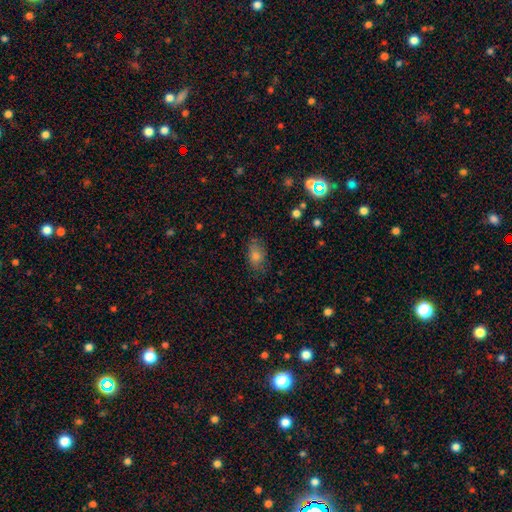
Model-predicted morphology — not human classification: This is likely a smooth galaxy (70%). How rounded: clearly in between (85%). Merging: likely none (78%).